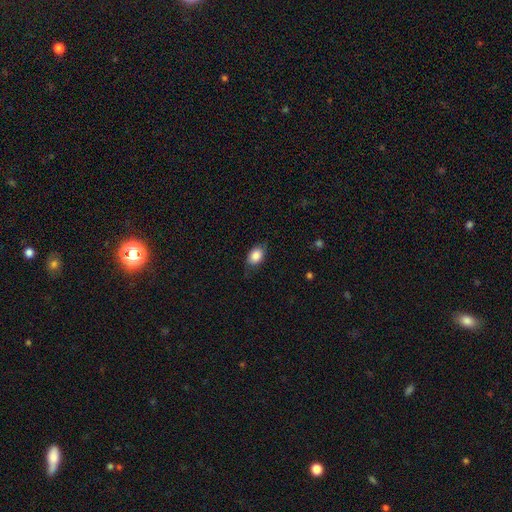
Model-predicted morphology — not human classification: A smooth galaxy with no disk features (85%) that is in between round and cigar-shaped (82%). Merging: none (75%).